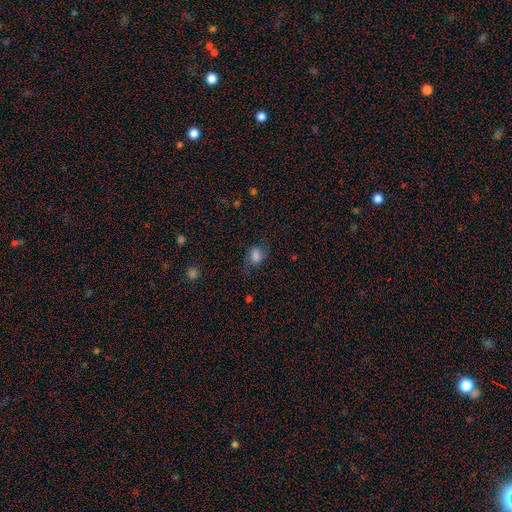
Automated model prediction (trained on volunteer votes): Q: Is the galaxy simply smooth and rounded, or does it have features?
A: smooth — 61%.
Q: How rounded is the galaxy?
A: in between — 64%.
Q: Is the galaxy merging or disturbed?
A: none — 55%.